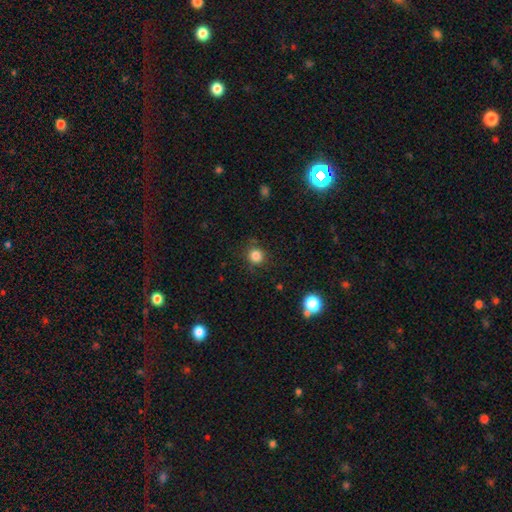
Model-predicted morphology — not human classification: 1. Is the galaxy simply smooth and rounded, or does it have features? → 84% smooth, 12% star or artifact, 4% featured or disk.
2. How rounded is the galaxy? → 90% round, 9% in between, 1% cigar-shaped.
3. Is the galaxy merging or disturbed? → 84% none, 11% minor disturbance, 3% major disturbance, 2% merger.